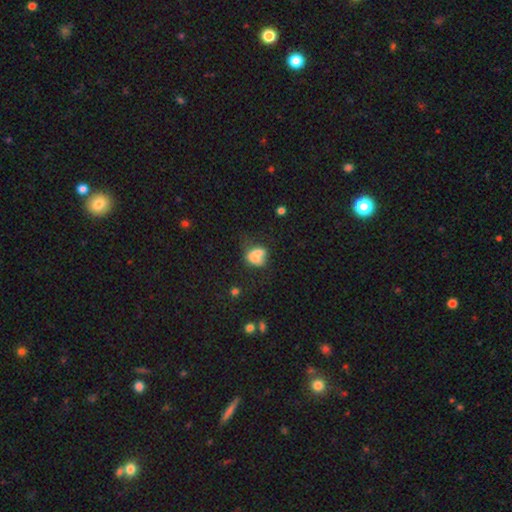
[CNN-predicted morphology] Smooth or featured? smooth (64%)
How rounded? in between (60%)
Merging? merger (32%)